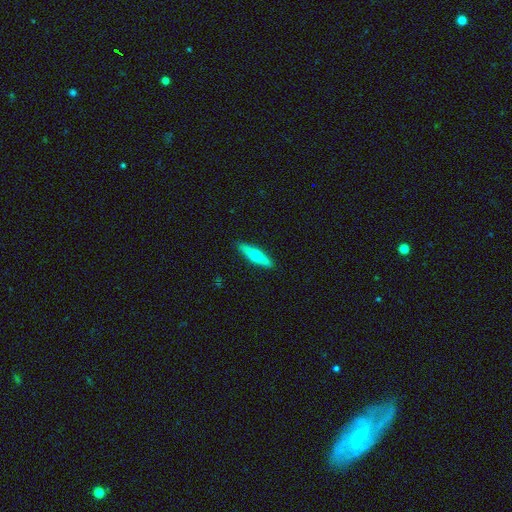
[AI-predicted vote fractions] Morphology: type=smooth (48%); merging=none (91%).